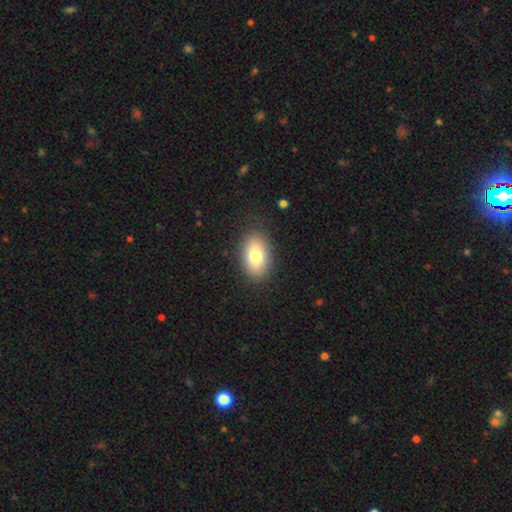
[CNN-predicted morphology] Smooth or featured: smooth — 82% (featured or disk — 10%)
How rounded: in between — 91% (round — 7%)
Merging: none — 86% (minor disturbance — 10%)